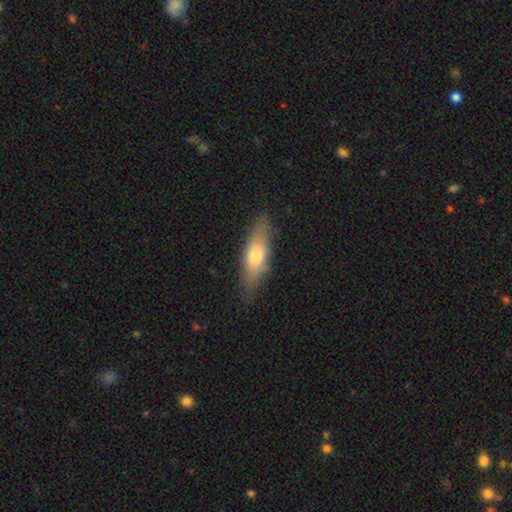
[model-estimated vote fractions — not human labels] Overall: smooth (65%; featured or disk 29%). How rounded: cigar-shaped (49%; in between 48%). Merging: none (80%).